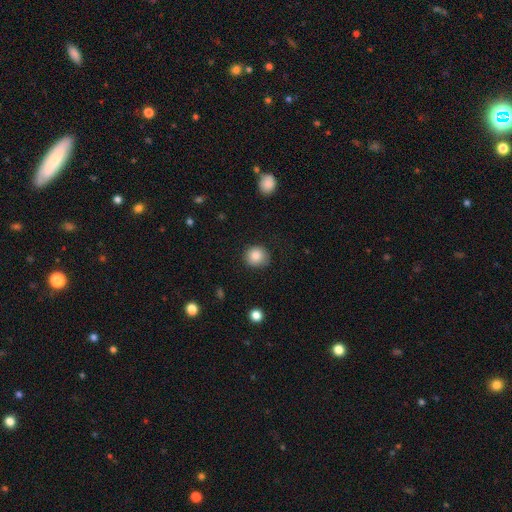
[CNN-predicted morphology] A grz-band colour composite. It shows a smooth galaxy with no disk features (86%) that is round (88%). Merging: none (84%).